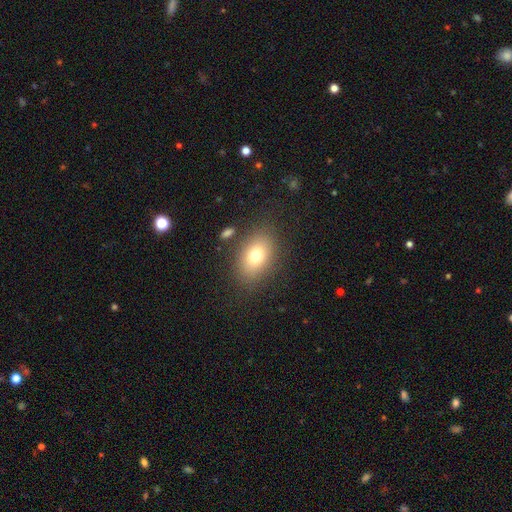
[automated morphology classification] Overall: smooth (76%). How rounded: in between (82%). Merging: none (82%).